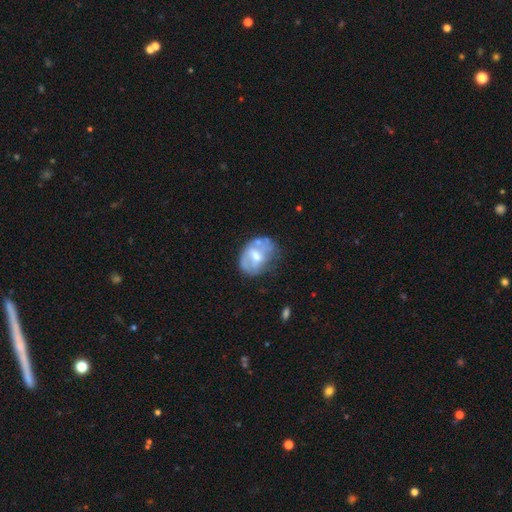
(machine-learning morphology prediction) smooth_or_featured: featured or disk (p=0.54) [alt: smooth p=0.39]
disk_edge_on: no (p=0.96) [alt: yes p=0.04]
bar: no (p=0.45) [alt: weak p=0.42]
has_spiral_arms: no (p=0.68) [alt: yes p=0.32]
bulge_size: moderate (p=0.62) [alt: small p=0.24]
merging: none (p=0.45) [alt: minor disturbance p=0.29]